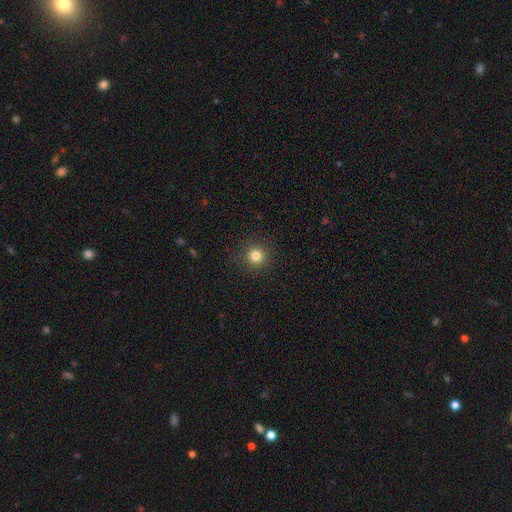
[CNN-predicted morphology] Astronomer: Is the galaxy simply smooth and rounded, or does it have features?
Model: smooth — 81%.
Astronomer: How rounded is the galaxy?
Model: round — 95%.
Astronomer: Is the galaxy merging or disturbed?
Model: none — 91%.